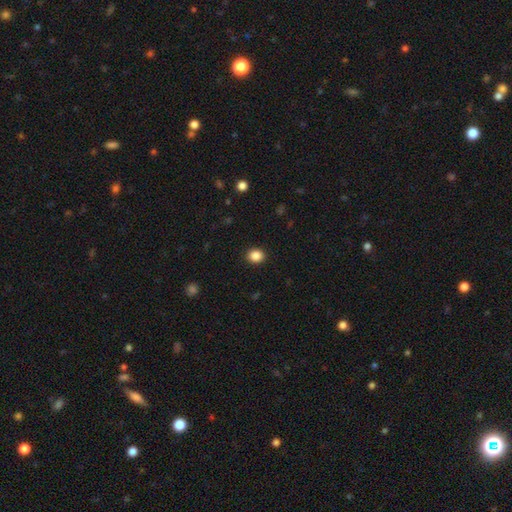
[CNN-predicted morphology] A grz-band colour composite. It shows a smooth galaxy with no disk features (87%) that is round (68%). Merging: none (91%).